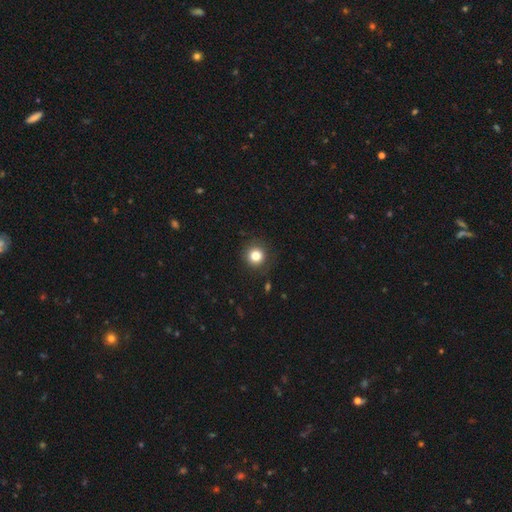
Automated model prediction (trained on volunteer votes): Overall: smooth (82%). How rounded: round (93%). Merging: none (86%).